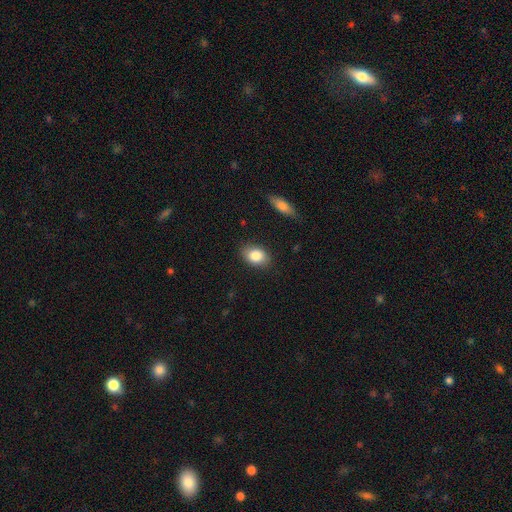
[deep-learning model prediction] The model was most divided on "how rounded": in between: 79%, round: 19%, cigar-shaped: 1%. More confident: smooth or featured — smooth (85%); merging — none (85%).